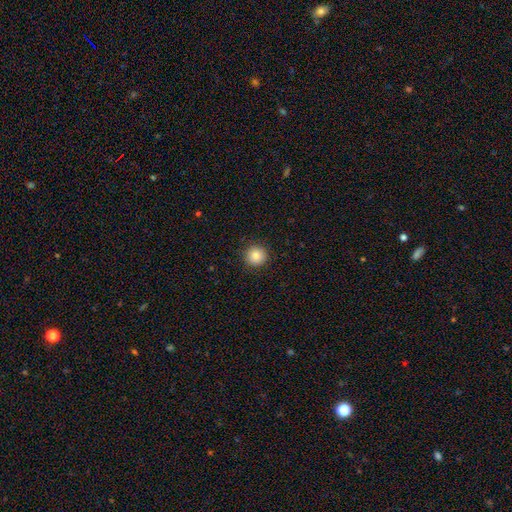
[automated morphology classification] Overall: smooth (84%). How rounded: round (95%). Merging: none (92%).